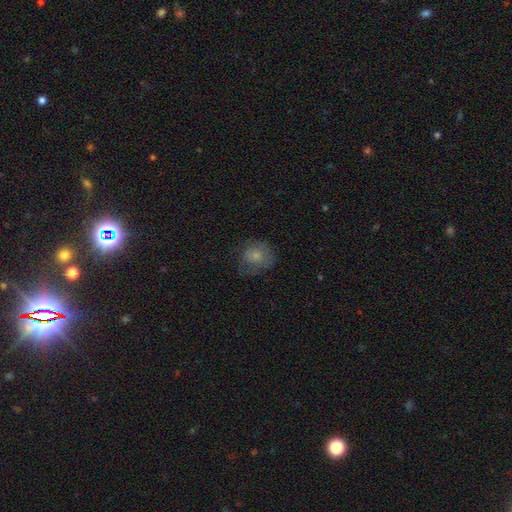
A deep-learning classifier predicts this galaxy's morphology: Q: Smooth or featured?
A: smooth (70%); runner-up: featured or disk (20%)
Q: How rounded?
A: round (74%); runner-up: in between (25%)
Q: Merging?
A: none (55%); runner-up: minor disturbance (26%)